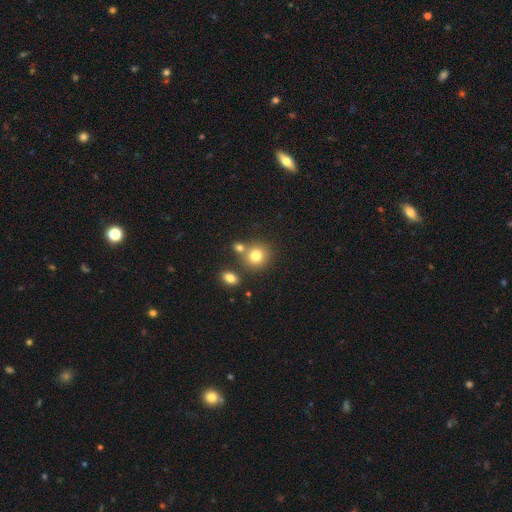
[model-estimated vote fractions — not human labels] Morphology: type=smooth (80%); roundness=round (84%); merging=none (65%).